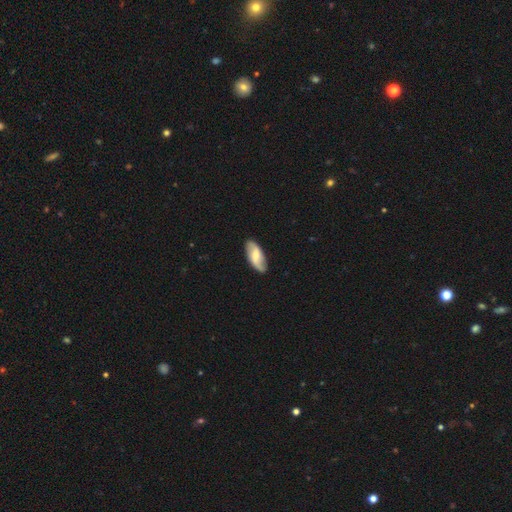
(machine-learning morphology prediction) A featured or disk galaxy (61%) with a weak bar (49%), 2 (89%) loose (60%) spiral arms (91%) and a moderate central bulge (42%). Merging: none (83%).